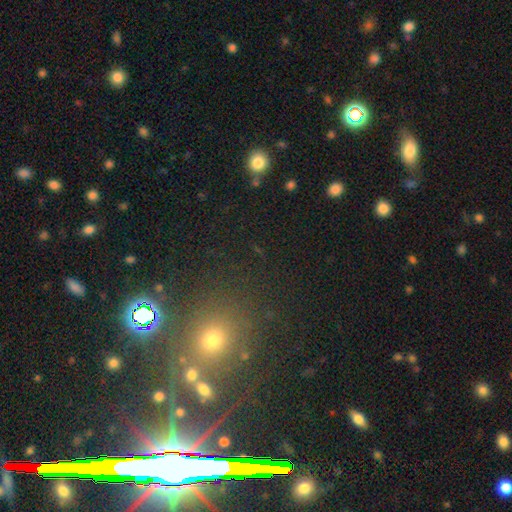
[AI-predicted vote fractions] Smooth or featured: star or artifact — 51% (smooth — 39%)